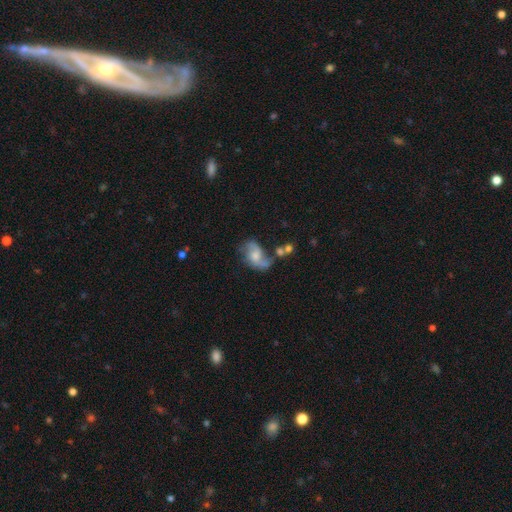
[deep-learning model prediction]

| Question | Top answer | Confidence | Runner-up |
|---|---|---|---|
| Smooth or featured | featured or disk | 62% | smooth (29%) |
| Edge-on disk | no | 97% | yes (3%) |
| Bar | no | 62% | weak (33%) |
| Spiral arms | yes | 83% | no (17%) |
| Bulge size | moderate | 45% | small (29%) |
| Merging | none | 35% | major disturbance (25%) |